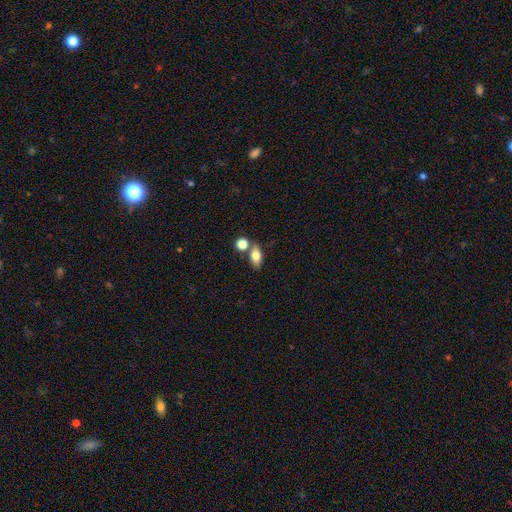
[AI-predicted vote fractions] Q: Smooth or featured?
A: smooth (74%); runner-up: featured or disk (17%)
Q: How rounded?
A: in between (78%); runner-up: round (13%)
Q: Merging?
A: none (62%); runner-up: merger (23%)